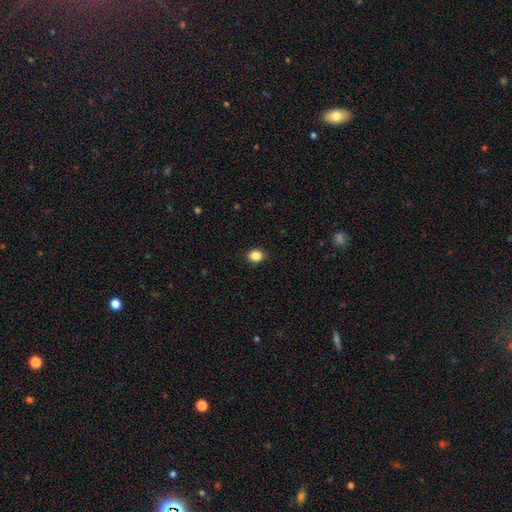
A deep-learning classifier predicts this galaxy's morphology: A smooth galaxy with no disk features (86%) that is round (60%). Merging: none (91%).